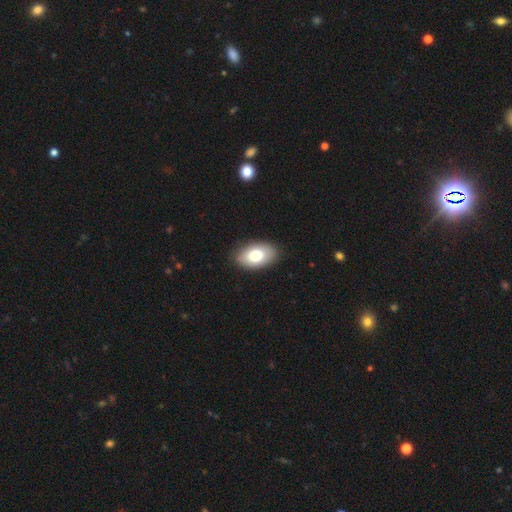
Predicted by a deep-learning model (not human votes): This appears to be a smooth galaxy with no disk features (76%) that is in between round and cigar-shaped (92%). Merging: none (86%).